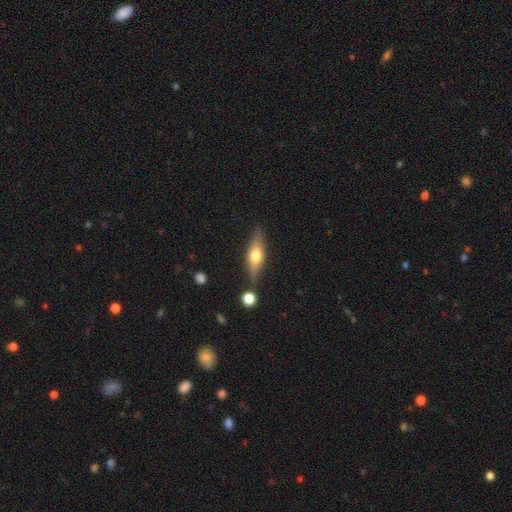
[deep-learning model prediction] featured or disk 51%, smooth 42%, star or artifact 7%. Down the decision tree: edge-on disk — yes (89%); merging — none (78%).